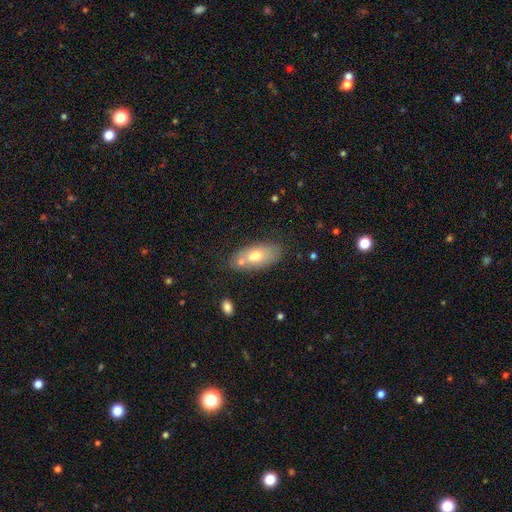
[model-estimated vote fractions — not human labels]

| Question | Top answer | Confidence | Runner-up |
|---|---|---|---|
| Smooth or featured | smooth | 68% | featured or disk (24%) |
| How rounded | in between | 88% | cigar-shaped (7%) |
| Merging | none | 58% | merger (22%) |